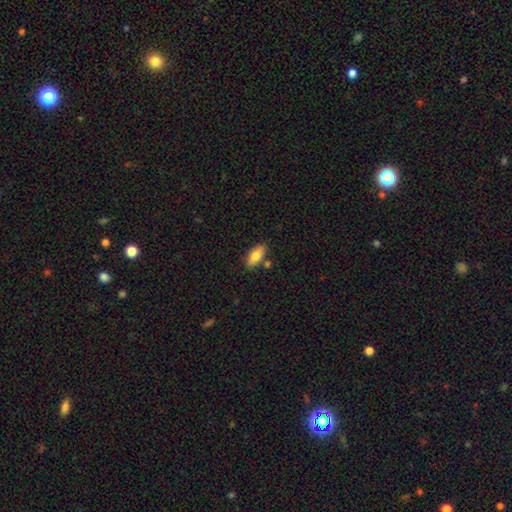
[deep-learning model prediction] smooth_or_featured: smooth (p=0.79) [alt: featured or disk p=0.14]
how_rounded: in between (p=0.85) [alt: cigar-shaped p=0.13]
merging: none (p=0.80) [alt: minor disturbance p=0.11]